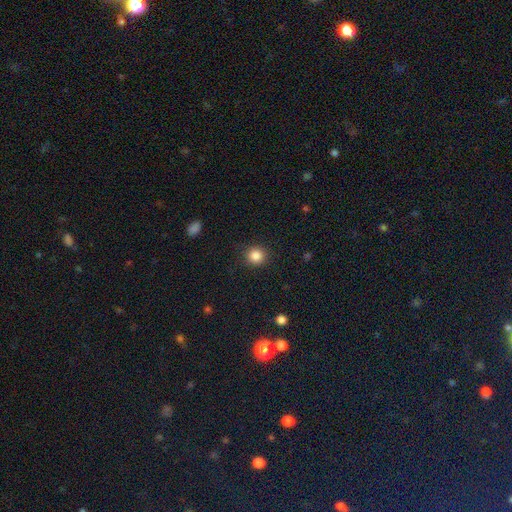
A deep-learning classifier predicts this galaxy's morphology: A smooth galaxy with no disk features (85%) that is round (92%).

Vote fractions:
- Smooth or featured? smooth: 85% / star or artifact: 11% / featured or disk: 4%
- How rounded? round: 92% / in between: 7% / cigar-shaped: 1%
- Merging? none: 90% / minor disturbance: 7% / major disturbance: 2% / merger: 1%